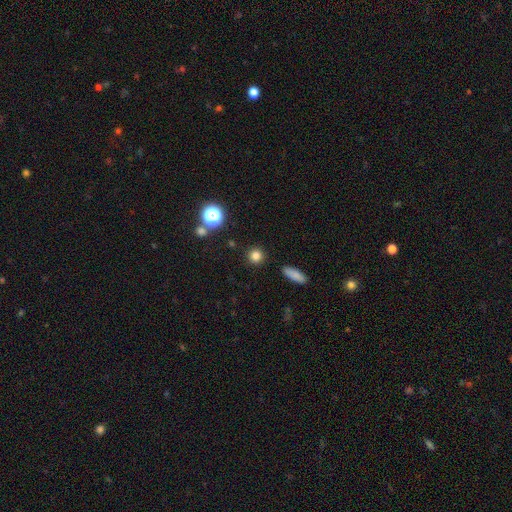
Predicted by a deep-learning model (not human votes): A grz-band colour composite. It shows a smooth galaxy with no disk features (81%) that is round (92%). Merging: none (89%).